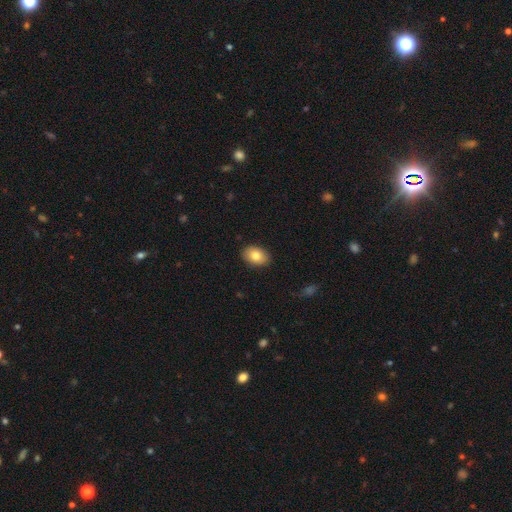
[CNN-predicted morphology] This is clearly a smooth galaxy (81%). How rounded: clearly in between (80%). Merging: clearly none (89%).